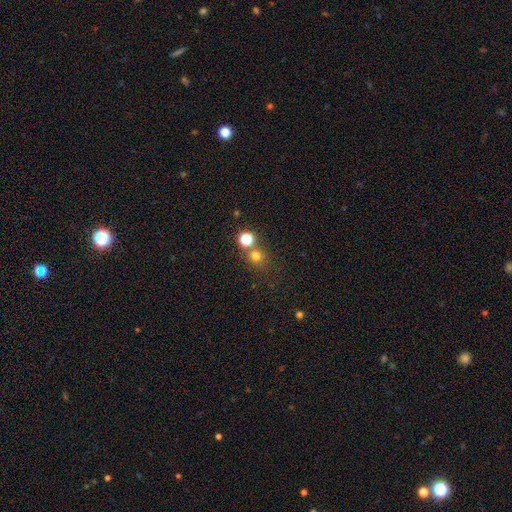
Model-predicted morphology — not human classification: smooth-or-featured: smooth: 71% | star or artifact: 21% | featured or disk: 8%
  how-rounded: round: 83% | in between: 16% | cigar-shaped: 1%
  merging: none: 64% | merger: 23% | minor disturbance: 9% | major disturbance: 4%